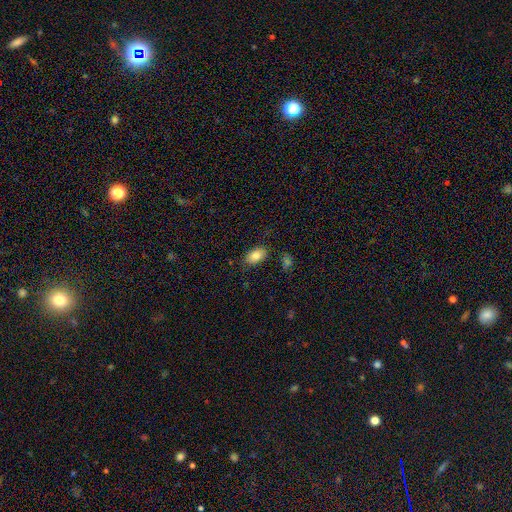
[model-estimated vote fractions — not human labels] smooth 82%, featured or disk 10%, star or artifact 8%. Down the decision tree: how rounded — in between (92%); merging — none (80%).